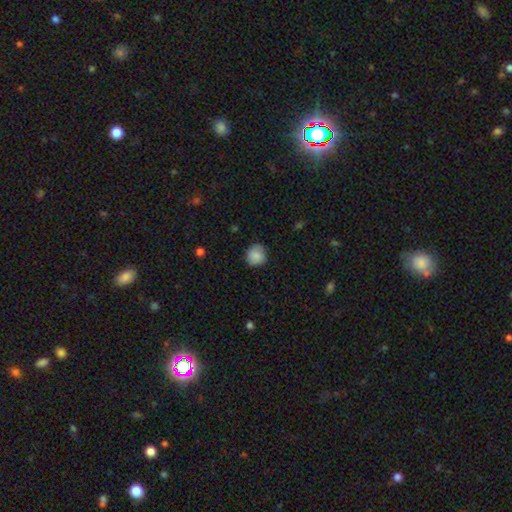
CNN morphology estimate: A smooth galaxy with no disk features (87%) that is round (88%).

Vote fractions:
- Smooth or featured? smooth: 87% / star or artifact: 8% / featured or disk: 5%
- How rounded? round: 88% / in between: 11% / cigar-shaped: 1%
- Merging? none: 83% / minor disturbance: 14% / major disturbance: 3% / merger: 1%